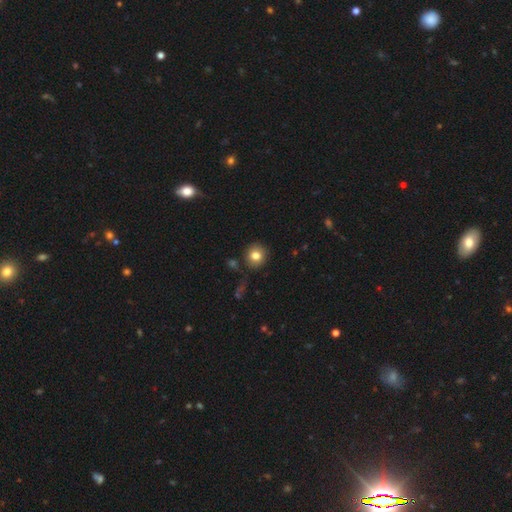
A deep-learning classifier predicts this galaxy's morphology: Overall: smooth (81%). How rounded: round (89%). Merging: none (84%).